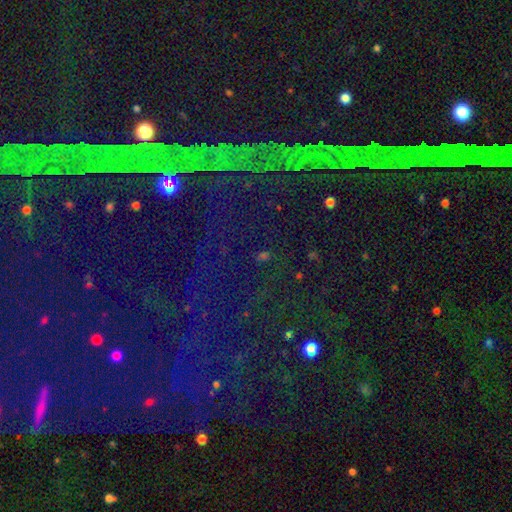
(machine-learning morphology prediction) Smooth or featured? Predicted: star or artifact (p=0.86).